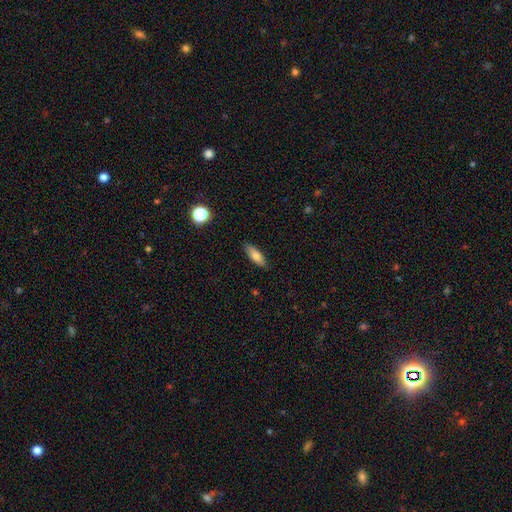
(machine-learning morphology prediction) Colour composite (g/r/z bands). It shows a smooth galaxy with no disk features (76%) that is in between round and cigar-shaped (56%). Merging: none (87%).